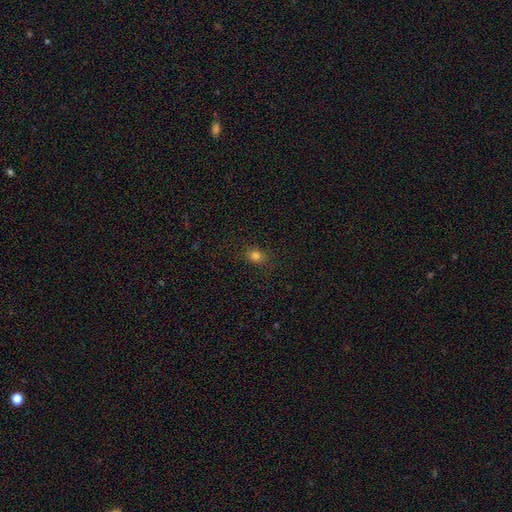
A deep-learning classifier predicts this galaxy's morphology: Smooth or featured?
  - smooth: 79% *
  - star or artifact: 14%
  - featured or disk: 6%
How rounded?
  - round: 52% *
  - in between: 47%
  - cigar-shaped: 1%
Merging?
  - none: 84% *
  - minor disturbance: 11%
  - major disturbance: 4%
  - merger: 1%